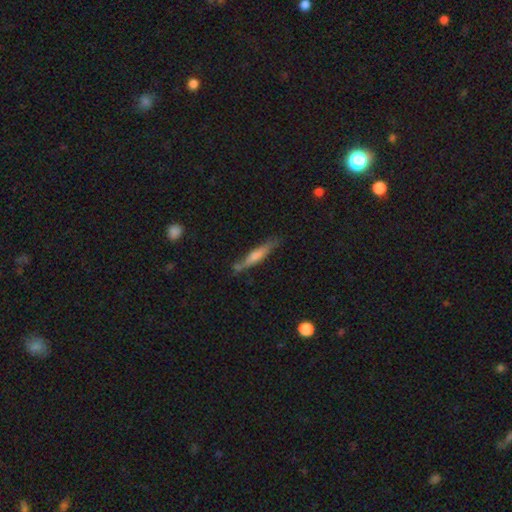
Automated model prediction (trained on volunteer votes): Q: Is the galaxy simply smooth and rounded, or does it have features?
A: featured or disk — 54%.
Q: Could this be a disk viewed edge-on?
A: yes — 93%.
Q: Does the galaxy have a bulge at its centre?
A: rounded — 56%.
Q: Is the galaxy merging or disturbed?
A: none — 79%.